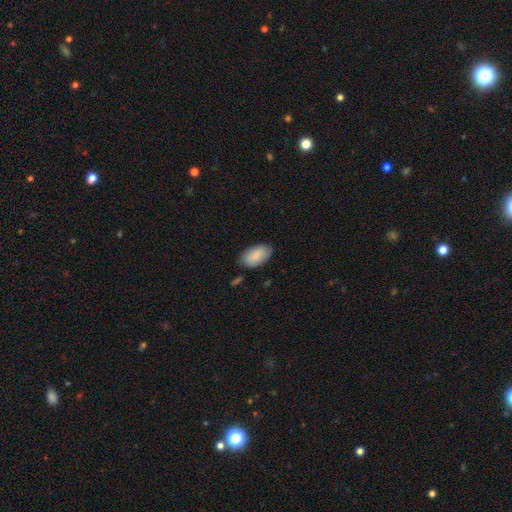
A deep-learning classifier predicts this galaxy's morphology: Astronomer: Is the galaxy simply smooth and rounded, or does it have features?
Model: smooth — 84%.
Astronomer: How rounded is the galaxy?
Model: in between — 95%.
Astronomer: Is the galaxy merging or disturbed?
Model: none — 82%.